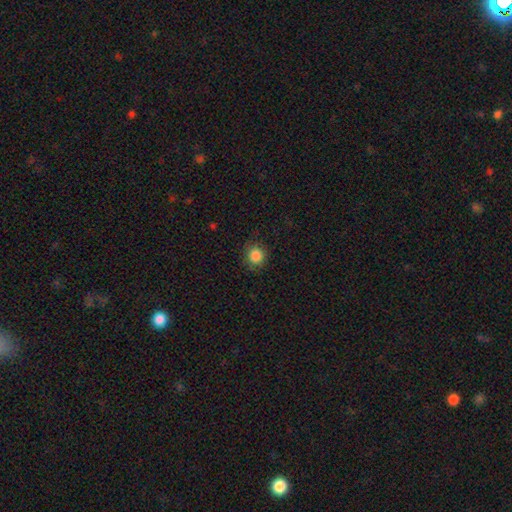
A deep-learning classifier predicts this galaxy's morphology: A smooth galaxy with no disk features (86%) that is round (90%).

Vote fractions:
- Smooth or featured? smooth: 86% / star or artifact: 10% / featured or disk: 4%
- How rounded? round: 90% / in between: 9% / cigar-shaped: 1%
- Merging? none: 86% / minor disturbance: 10% / major disturbance: 3% / merger: 1%